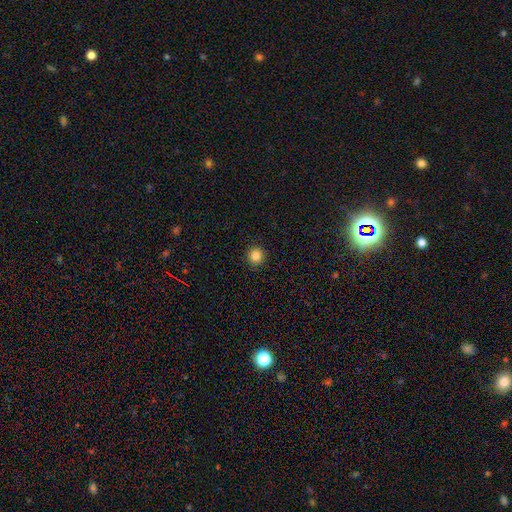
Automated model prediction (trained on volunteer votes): Morphology: type=smooth (85%); roundness=round (92%); merging=none (91%).